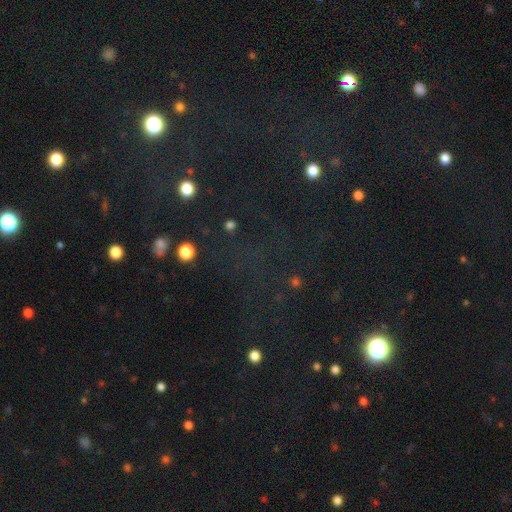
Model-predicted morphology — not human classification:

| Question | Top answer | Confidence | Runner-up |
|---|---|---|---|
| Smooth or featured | star or artifact | 70% | smooth (21%) |